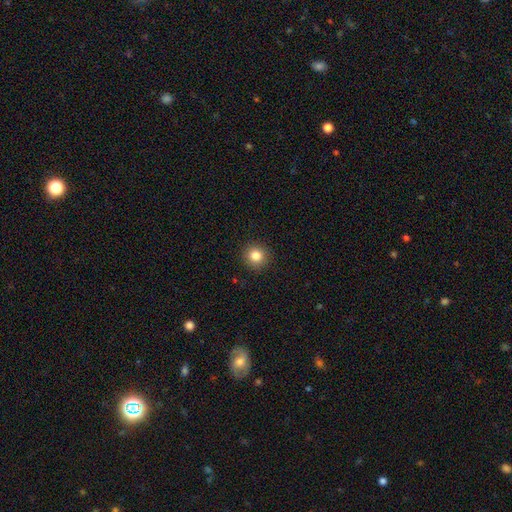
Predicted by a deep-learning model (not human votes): The model was most divided on "smooth or featured": smooth: 83%, star or artifact: 11%, featured or disk: 6%. More confident: how rounded — round (93%); merging — none (92%).